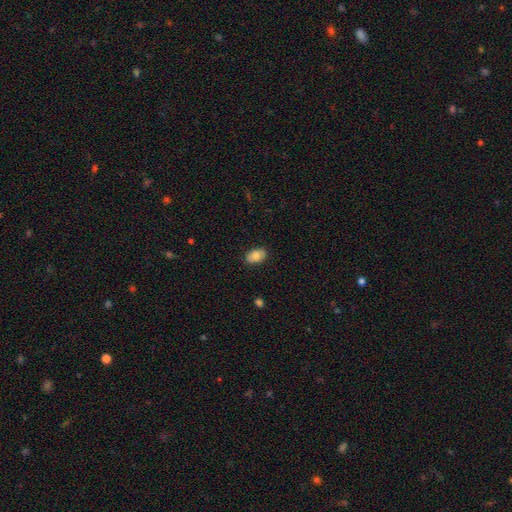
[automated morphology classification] Smooth or featured? Predicted: smooth (p=0.78). How rounded? Predicted: in between (p=0.88). Merging? Predicted: none (p=0.86).